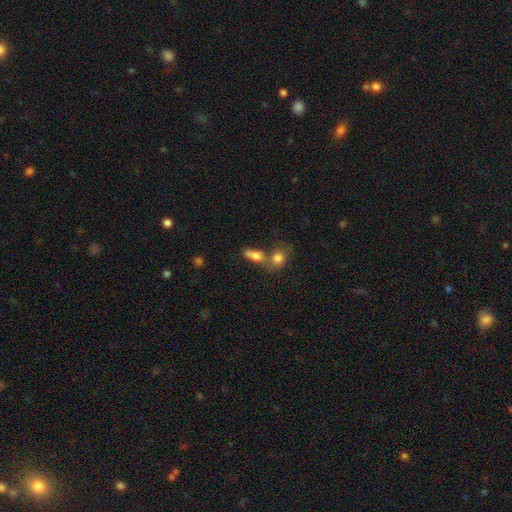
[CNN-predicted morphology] type=smooth (76%); roundness=in between (66%); merging=merger (52%).